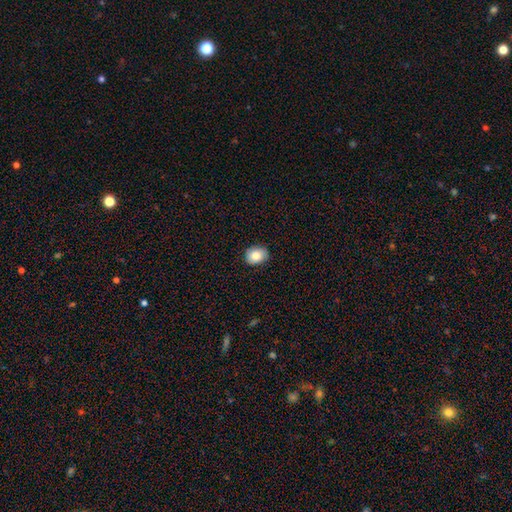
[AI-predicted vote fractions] The model was most divided on "how rounded": in between: 54%, round: 45%, cigar-shaped: 1%. More confident: merging — none (86%); smooth or featured — smooth (83%).